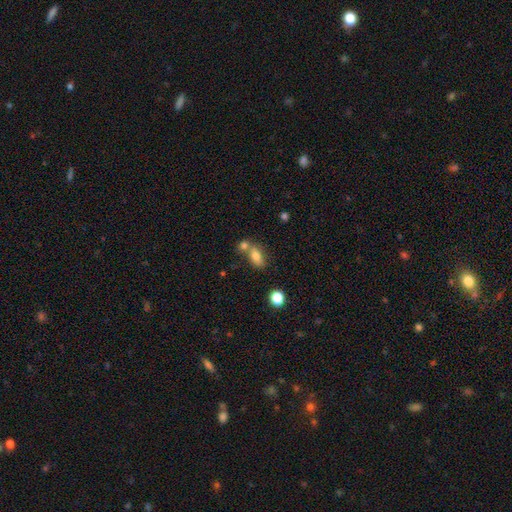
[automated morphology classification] This is likely a smooth galaxy (77%). How rounded: clearly in between (82%). Merging: possibly none (45%).